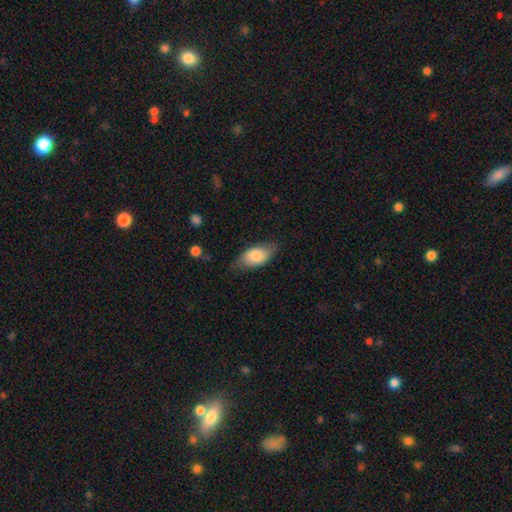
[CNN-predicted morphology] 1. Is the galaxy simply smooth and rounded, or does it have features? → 80% smooth, 14% featured or disk, 6% star or artifact.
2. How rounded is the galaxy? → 90% in between, 5% cigar-shaped, 5% round.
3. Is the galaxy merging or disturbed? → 68% none, 25% minor disturbance, 6% major disturbance, 1% merger.